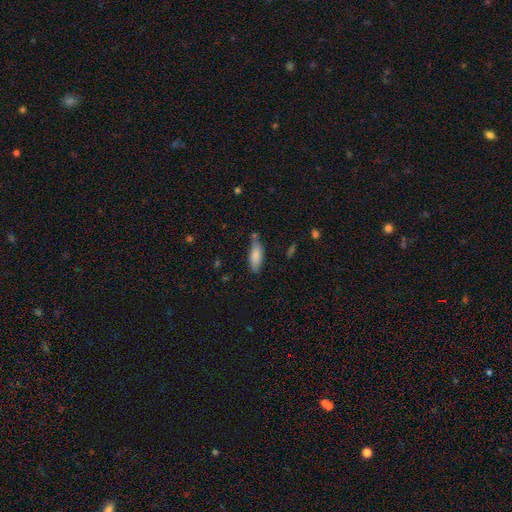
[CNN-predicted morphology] A smooth galaxy with no disk features (82%) that is in between round and cigar-shaped (71%). Merging: none (64%).